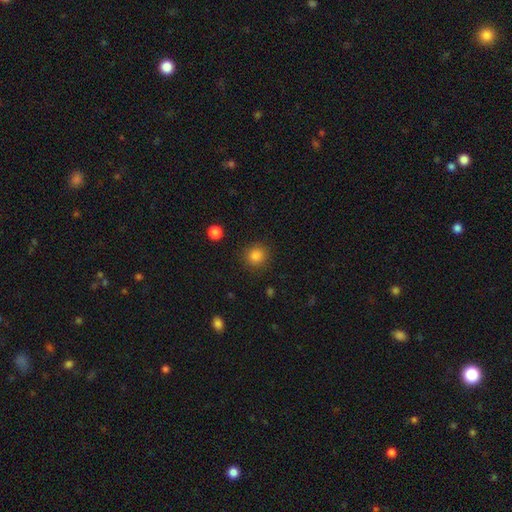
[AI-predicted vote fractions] A smooth galaxy with no disk features (85%) that is round (89%). Merging: none (89%).